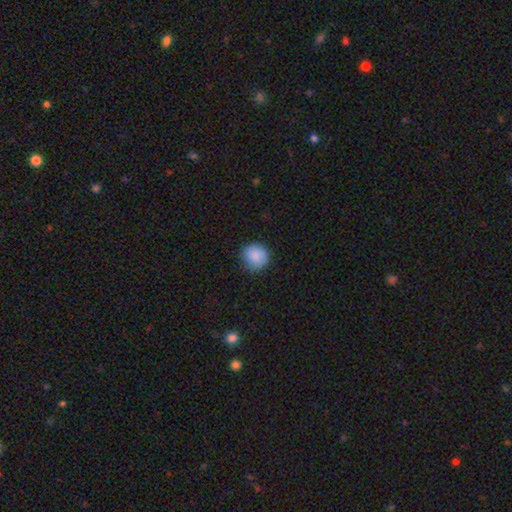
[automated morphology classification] The model was most divided on "merging": none: 84%, minor disturbance: 12%, major disturbance: 3%, merger: 1%. More confident: how rounded — round (91%); smooth or featured — smooth (88%).